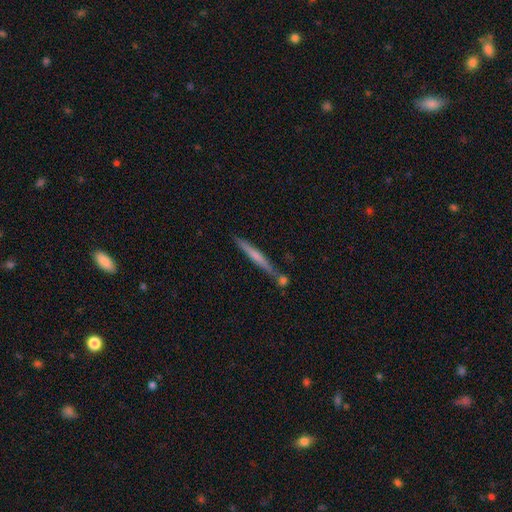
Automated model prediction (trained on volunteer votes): Smooth or featured: featured or disk — 48% (smooth — 46%)
Merging: none — 73% (minor disturbance — 12%)